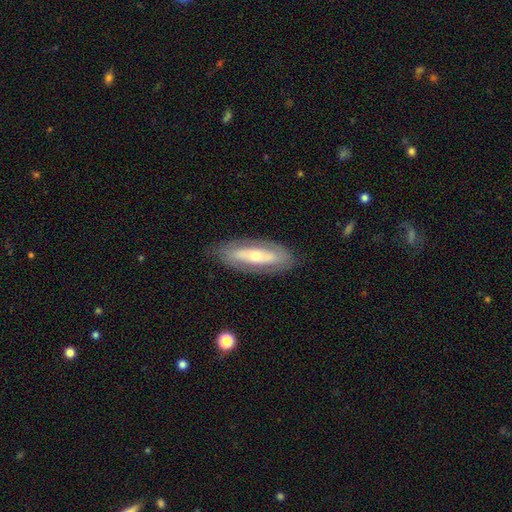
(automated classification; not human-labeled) featured or disk 62%, smooth 29%, star or artifact 9%. Down the decision tree: edge-on disk — no (62%); merging — none (85%).